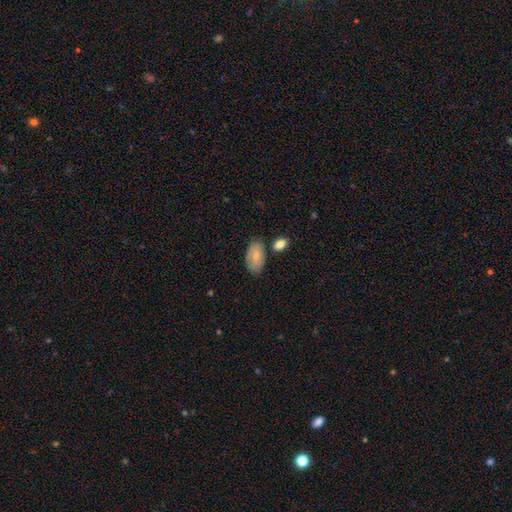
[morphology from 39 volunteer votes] Volunteers were most divided on "smooth or featured": smooth: 64%, featured or disk: 31%, star or artifact: 5%. More confident: how rounded — in between (84%); merging — none (84%).